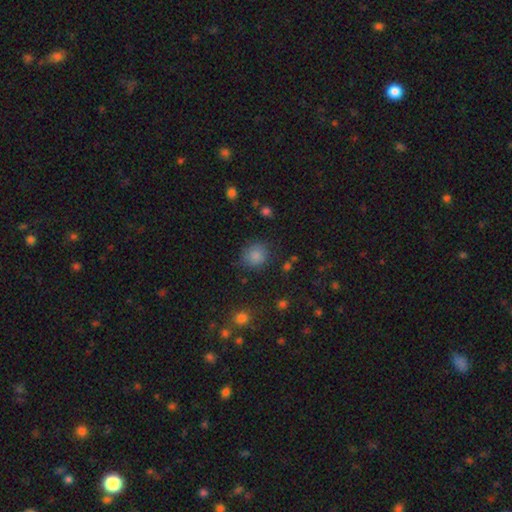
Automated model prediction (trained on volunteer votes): This appears to be a smooth galaxy with no disk features (82%) that is round (79%). Merging: none (79%).